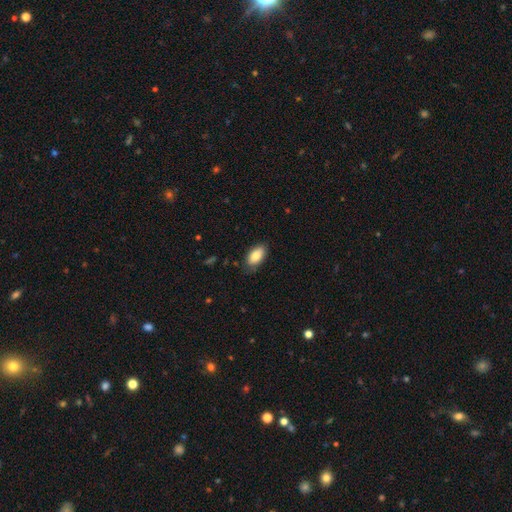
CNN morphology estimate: Q: Smooth or featured?
A: smooth (83%); runner-up: featured or disk (10%)
Q: How rounded?
A: in between (93%); runner-up: round (4%)
Q: Merging?
A: none (79%); runner-up: minor disturbance (17%)